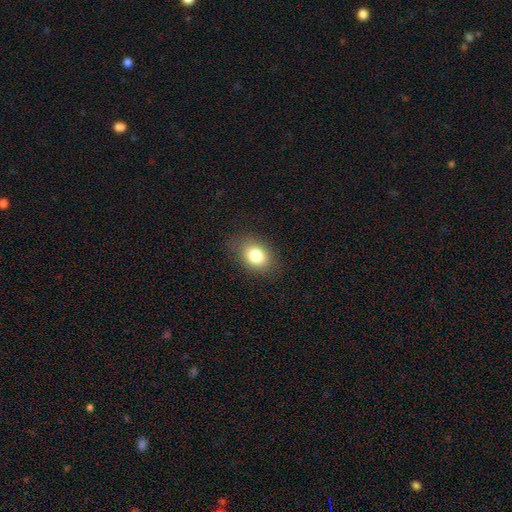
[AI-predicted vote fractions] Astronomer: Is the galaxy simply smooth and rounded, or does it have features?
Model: smooth — 80%.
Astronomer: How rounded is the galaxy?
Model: in between — 70%.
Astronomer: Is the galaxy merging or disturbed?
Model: none — 83%.